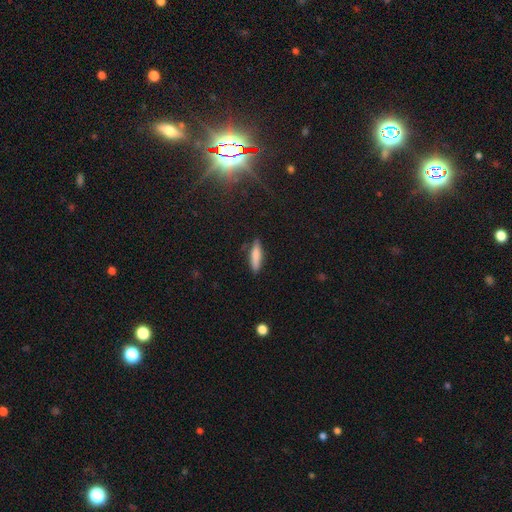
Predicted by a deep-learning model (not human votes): Smooth or featured?
  - smooth: 79% *
  - featured or disk: 14%
  - star or artifact: 7%
How rounded?
  - cigar-shaped: 71% *
  - in between: 27%
  - round: 2%
Merging?
  - none: 83% *
  - minor disturbance: 13%
  - major disturbance: 3%
  - merger: 2%